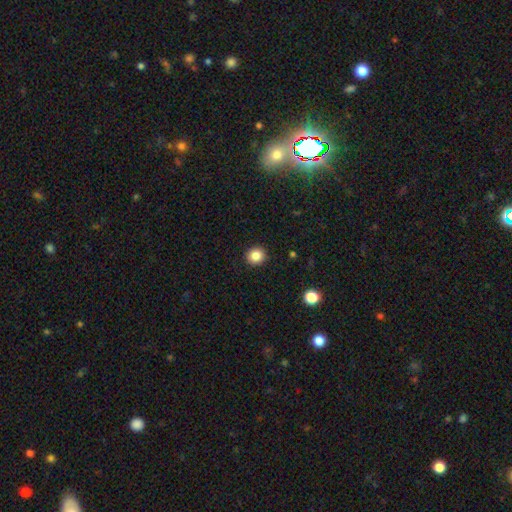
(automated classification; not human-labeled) Smooth or featured? Predicted: smooth (p=0.85). How rounded? Predicted: round (p=0.85). Merging? Predicted: none (p=0.92).